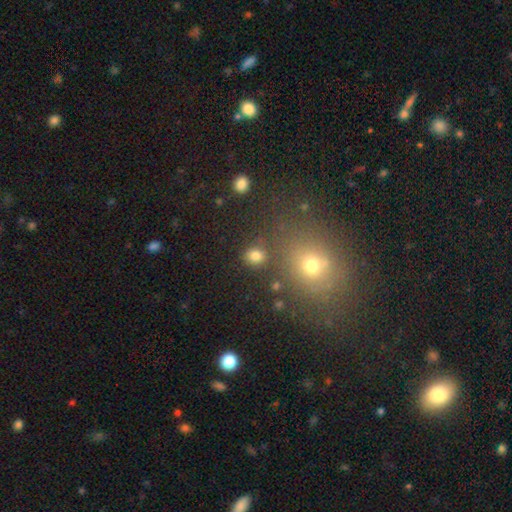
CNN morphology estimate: The model was most divided on "how rounded": round: 71%, in between: 27%, cigar-shaped: 1%. More confident: merging — none (83%); smooth or featured — smooth (80%).